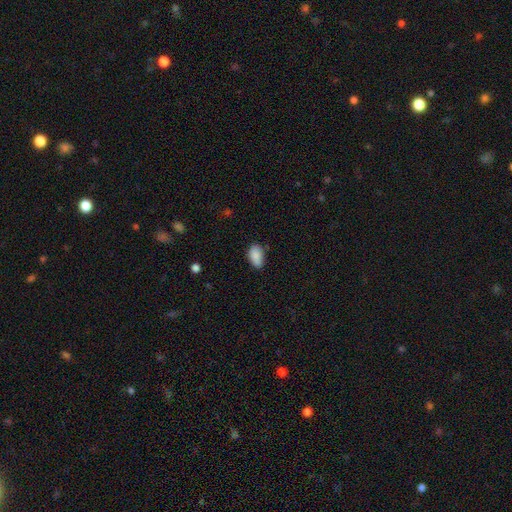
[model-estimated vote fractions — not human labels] Smooth or featured? smooth (87%)
How rounded? in between (92%)
Merging? none (68%)